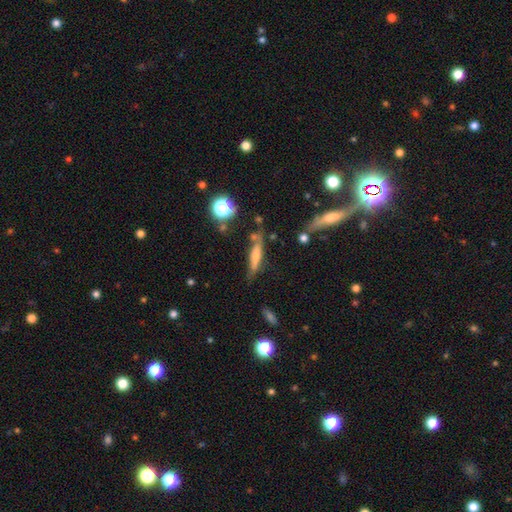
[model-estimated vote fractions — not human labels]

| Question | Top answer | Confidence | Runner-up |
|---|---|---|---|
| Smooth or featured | smooth | 56% | featured or disk (35%) |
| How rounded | cigar-shaped | 82% | in between (15%) |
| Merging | none | 63% | minor disturbance (22%) |